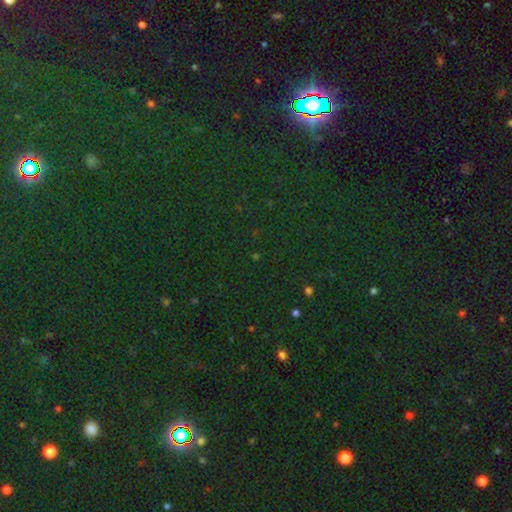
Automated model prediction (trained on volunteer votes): star or artifact 80%, smooth 13%, featured or disk 7%.